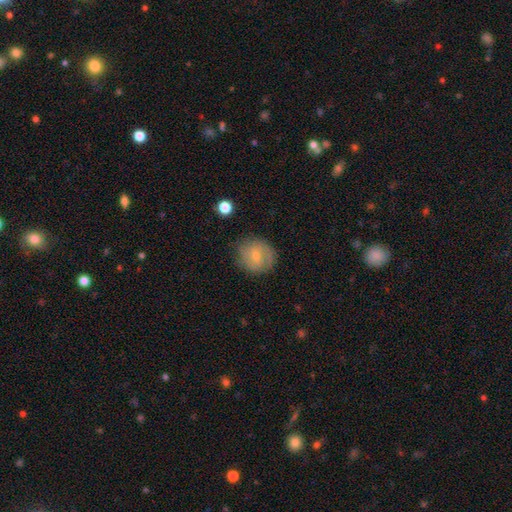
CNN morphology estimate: Smooth or featured: smooth — 59% (featured or disk — 33%)
How rounded: round — 86% (in between — 13%)
Merging: none — 76% (minor disturbance — 17%)